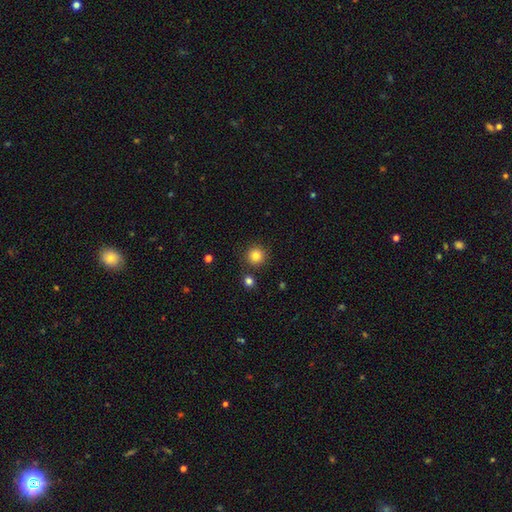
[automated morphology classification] smooth-or-featured: smooth: 82% | star or artifact: 12% | featured or disk: 6%
  how-rounded: round: 94% | in between: 5% | cigar-shaped: 1%
  merging: none: 87% | minor disturbance: 7% | merger: 5% | major disturbance: 2%